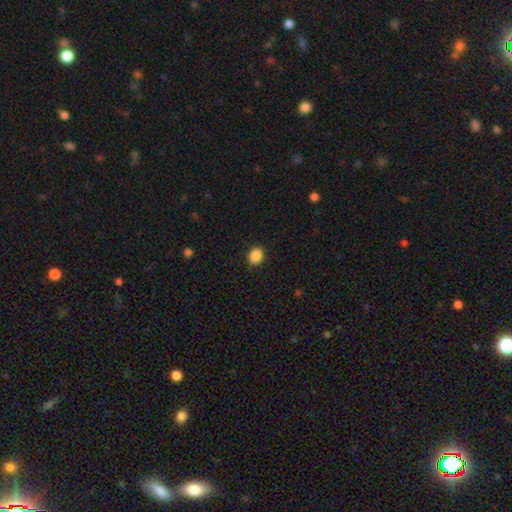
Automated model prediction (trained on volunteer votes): Smooth or featured? smooth (88%)
How rounded? round (54%)
Merging? none (90%)